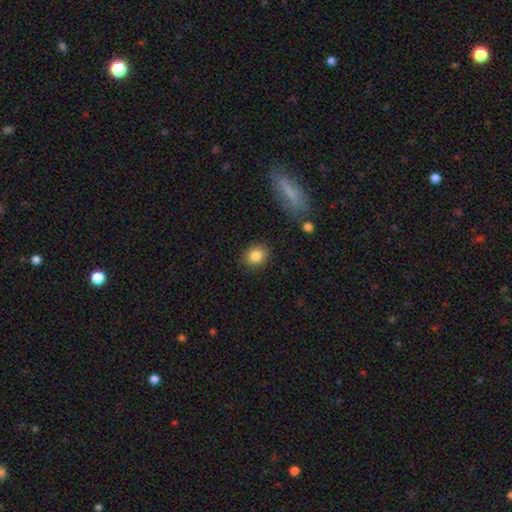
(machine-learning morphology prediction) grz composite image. It shows a smooth galaxy with no disk features (84%) that is round (68%). Merging: none (87%).